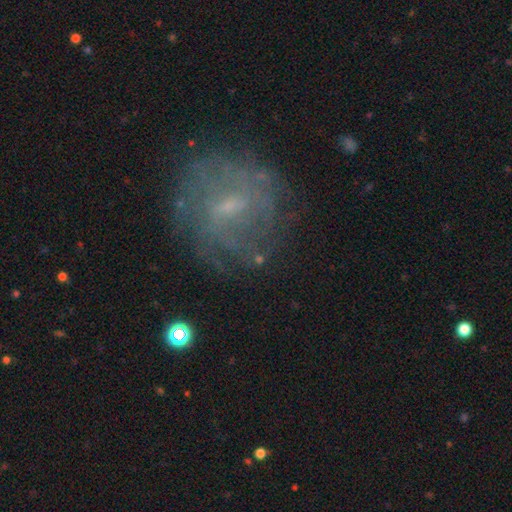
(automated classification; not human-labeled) Smooth or featured: featured or disk — 66% (smooth — 22%)
Edge-on disk: no — 97% (yes — 3%)
Bar: weak — 54% (no — 33%)
Spiral arms: yes — 60% (no — 40%)
Bulge size: small — 61% (moderate — 21%)
Merging: none — 67% (minor disturbance — 17%)